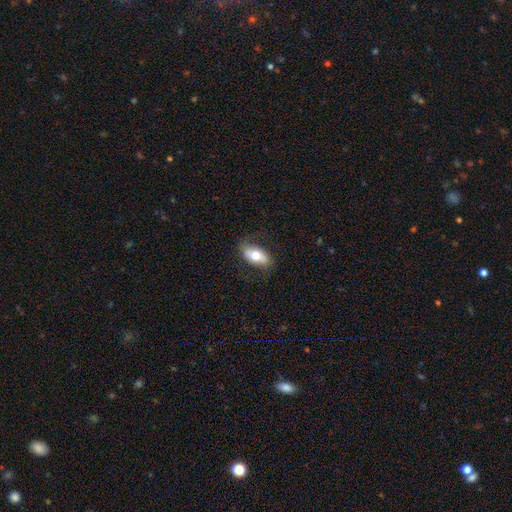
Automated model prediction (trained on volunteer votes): This appears to be a smooth galaxy with no disk features (65%) that is in between round and cigar-shaped (87%). Merging: none (78%).